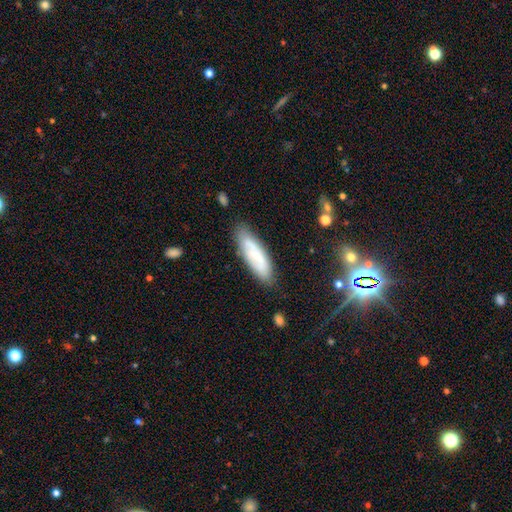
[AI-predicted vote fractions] A smooth galaxy with no disk features (52%) that is in between round and cigar-shaped (50%). Merging: none (79%).